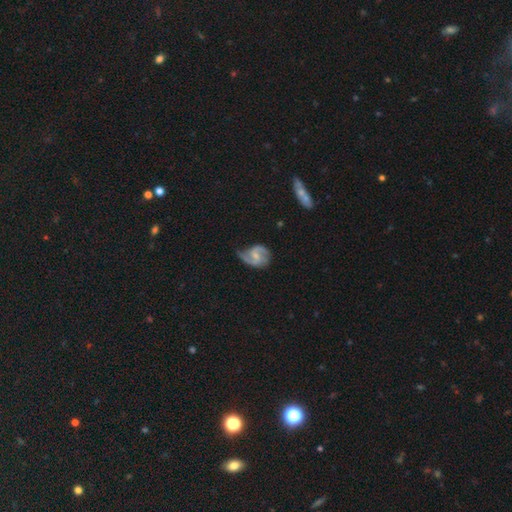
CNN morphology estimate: A featured or disk galaxy (86%) with a weak bar (51%), 2 (88%) medium (54%) spiral arms (97%) and a small central bulge (52%). Merging: none (59%).